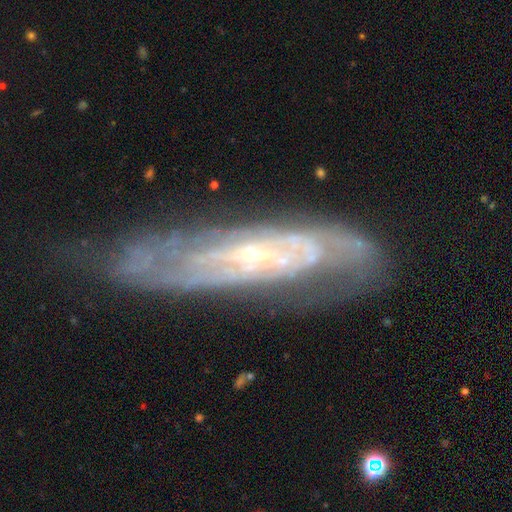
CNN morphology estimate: featured or disk 84%, smooth 9%, star or artifact 6%. Down the decision tree: edge-on disk — no (77%); bar — no (48%); spiral arms — yes (90%); spiral arm count — can't tell (44%); spiral winding — tight (63%); bulge size — small (73%); merging — none (68%).